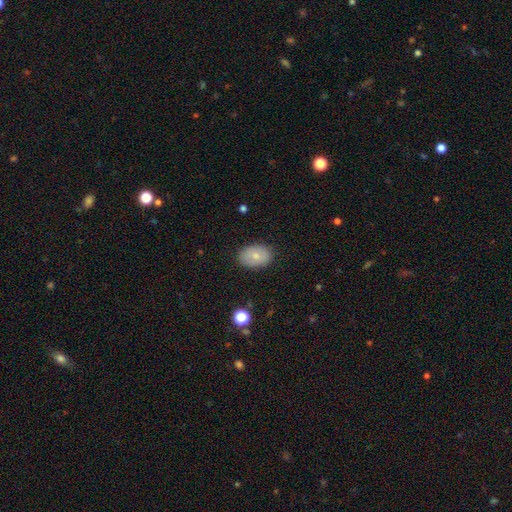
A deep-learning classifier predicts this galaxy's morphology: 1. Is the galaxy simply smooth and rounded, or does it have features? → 75% smooth, 17% featured or disk, 8% star or artifact.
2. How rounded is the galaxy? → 83% in between, 16% round, 1% cigar-shaped.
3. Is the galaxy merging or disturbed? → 86% none, 11% minor disturbance, 3% major disturbance, 1% merger.